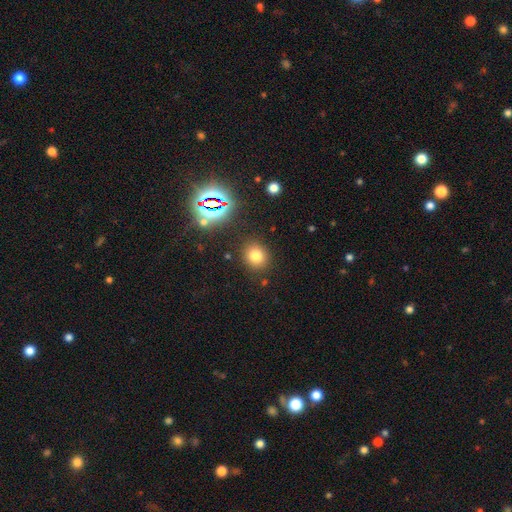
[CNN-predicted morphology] Smooth or featured: smooth — 74% (star or artifact — 18%)
How rounded: round — 78% (in between — 21%)
Merging: none — 87% (minor disturbance — 8%)